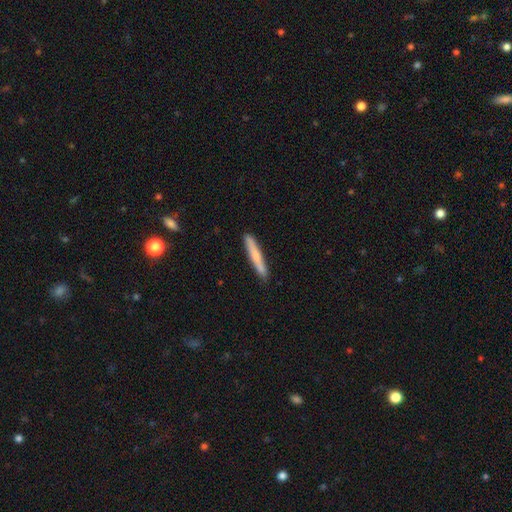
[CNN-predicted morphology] The model was most divided on "smooth or featured": smooth: 67%, featured or disk: 28%, star or artifact: 6%. More confident: how rounded — cigar-shaped (96%); merging — none (88%).